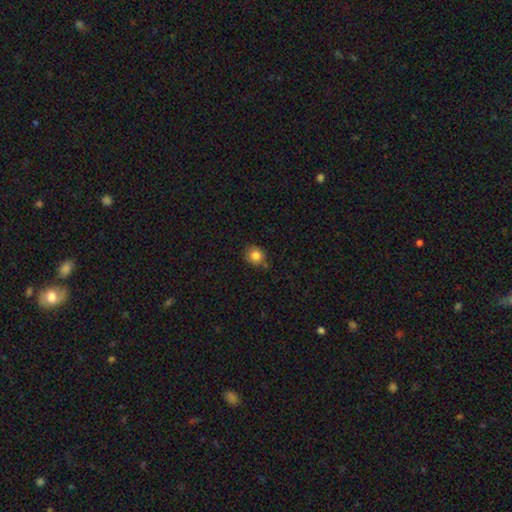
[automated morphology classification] A smooth galaxy with no disk features (83%) that is round (86%). Merging: none (79%).